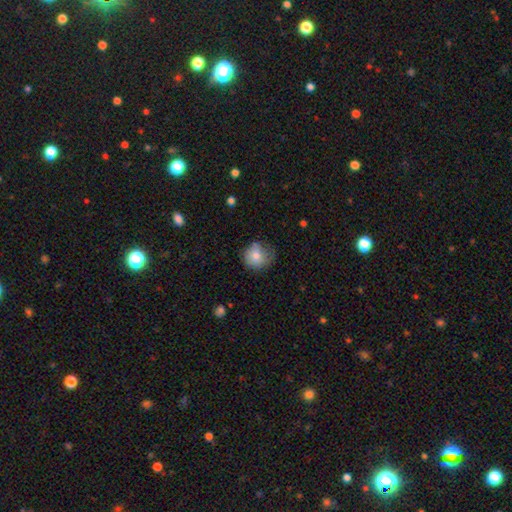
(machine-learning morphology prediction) Overall: smooth (78%). How rounded: round (80%). Merging: none (53%; minor disturbance 33%).